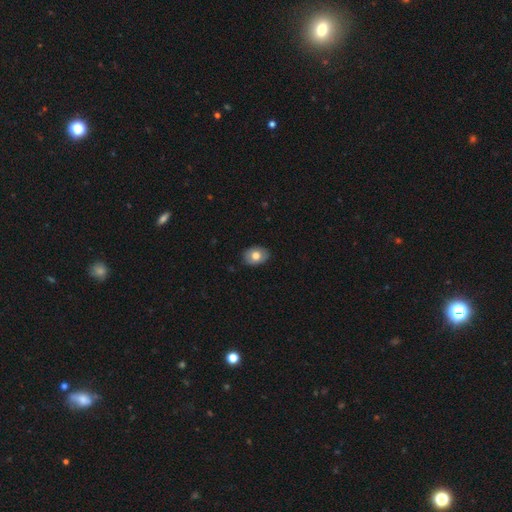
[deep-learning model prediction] A smooth galaxy with no disk features (75%) that is in between round and cigar-shaped (76%).

Vote fractions:
- Smooth or featured? smooth: 75% / featured or disk: 17% / star or artifact: 7%
- How rounded? in between: 76% / round: 23% / cigar-shaped: 1%
- Merging? none: 86% / minor disturbance: 11% / major disturbance: 2% / merger: 1%